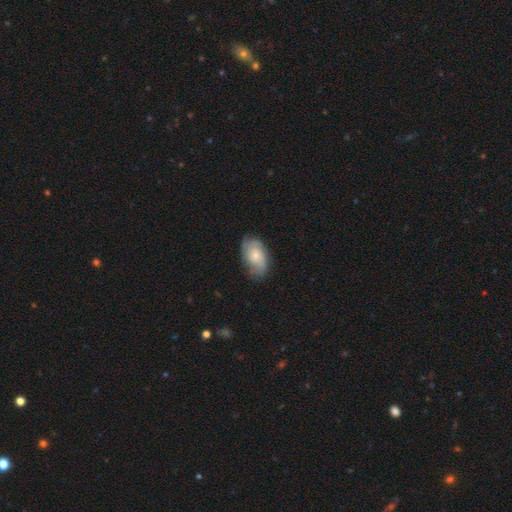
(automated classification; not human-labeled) The model was most divided on "smooth or featured": smooth: 50%, featured or disk: 43%, star or artifact: 7%. More confident: how rounded — in between (90%); merging — none (71%).